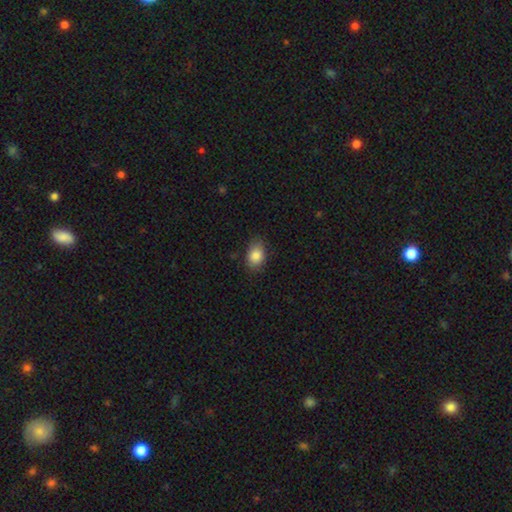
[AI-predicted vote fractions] smooth 86%, star or artifact 8%, featured or disk 6%. Down the decision tree: how rounded — in between (75%); merging — none (76%).